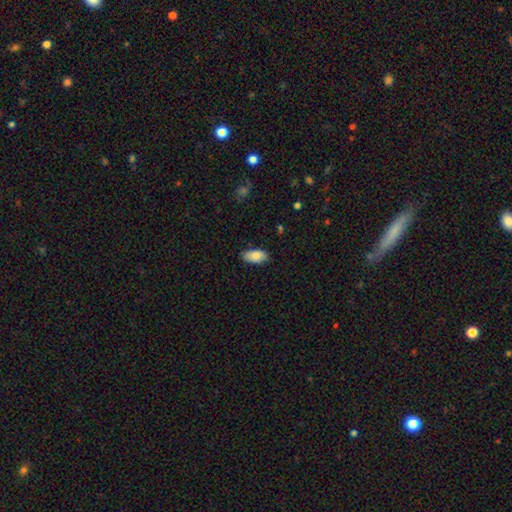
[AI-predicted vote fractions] A smooth galaxy with no disk features (86%) that is in between round and cigar-shaped (94%).

Vote fractions:
- Smooth or featured? smooth: 86% / featured or disk: 8% / star or artifact: 6%
- How rounded? in between: 94% / cigar-shaped: 4% / round: 2%
- Merging? none: 83% / minor disturbance: 13% / major disturbance: 2% / merger: 1%